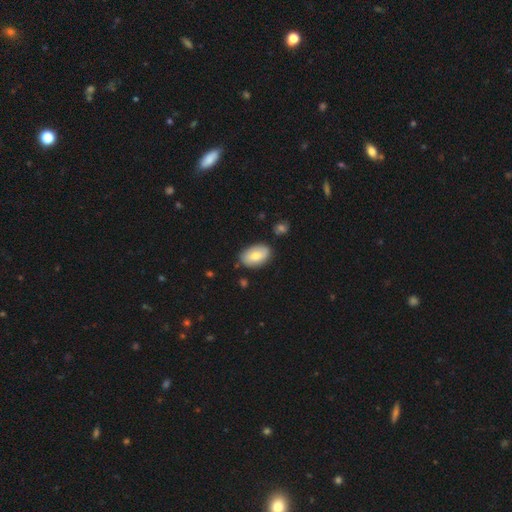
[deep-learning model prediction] Q: Smooth or featured?
A: smooth (71%); runner-up: featured or disk (22%)
Q: How rounded?
A: in between (93%); runner-up: round (6%)
Q: Merging?
A: none (80%); runner-up: minor disturbance (14%)